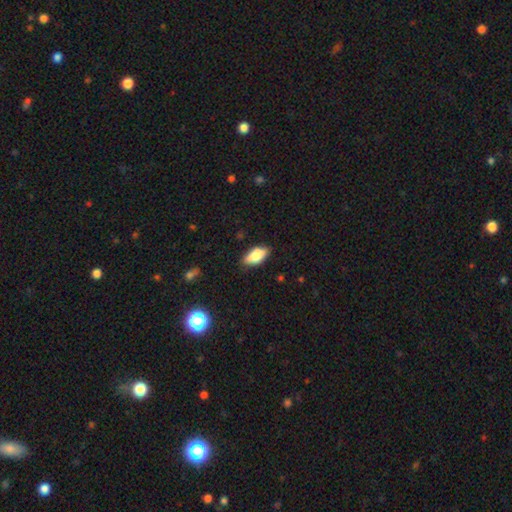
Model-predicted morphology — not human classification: Smooth or featured? Predicted: smooth (p=0.79). How rounded? Predicted: in between (p=0.86). Merging? Predicted: none (p=0.82).